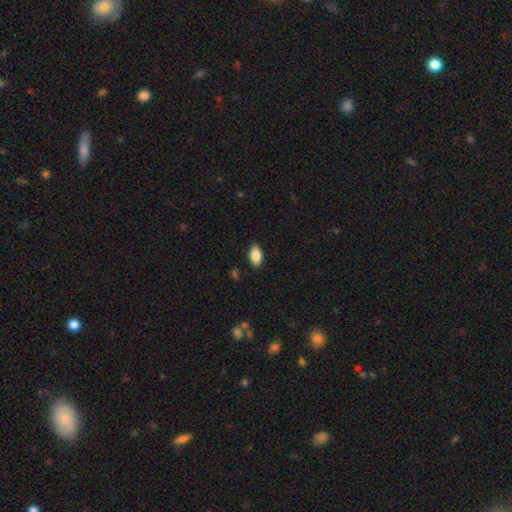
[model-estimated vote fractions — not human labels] A smooth galaxy with no disk features (87%) that is in between round and cigar-shaped (93%). Merging: none (87%).